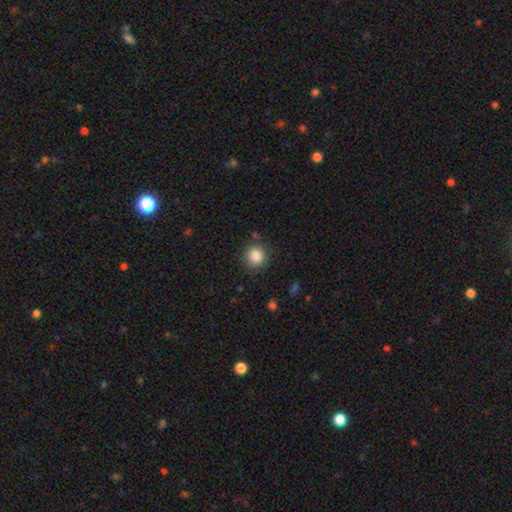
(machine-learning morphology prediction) This is clearly a smooth galaxy (86%). How rounded: clearly round (92%). Merging: clearly none (86%).